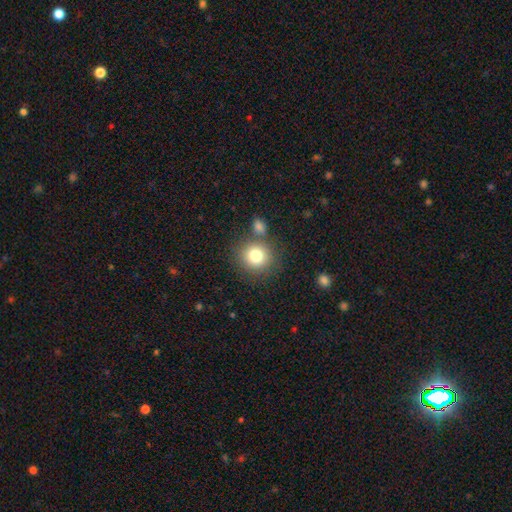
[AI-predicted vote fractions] Smooth or featured?
  - smooth: 79% *
  - star or artifact: 11%
  - featured or disk: 10%
How rounded?
  - round: 89% *
  - in between: 11%
  - cigar-shaped: 1%
Merging?
  - none: 73% *
  - merger: 14%
  - minor disturbance: 10%
  - major disturbance: 4%